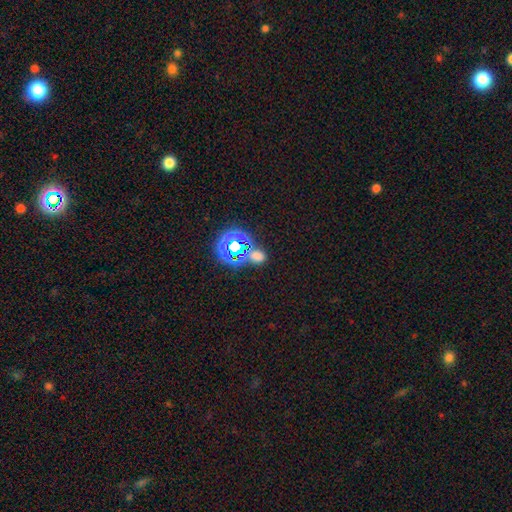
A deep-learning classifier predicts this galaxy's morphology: This appears to be a smooth galaxy with no disk features (52%) that is in between round and cigar-shaped (53%). Merging: none (69%).